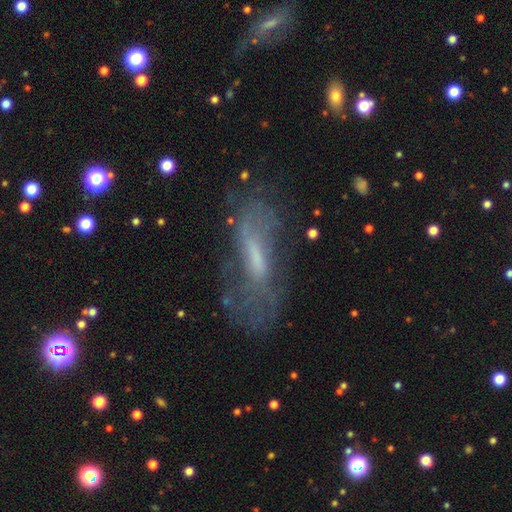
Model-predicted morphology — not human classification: Smooth or featured? featured or disk (54%)
Edge-on disk? no (76%)
Merging? none (51%)